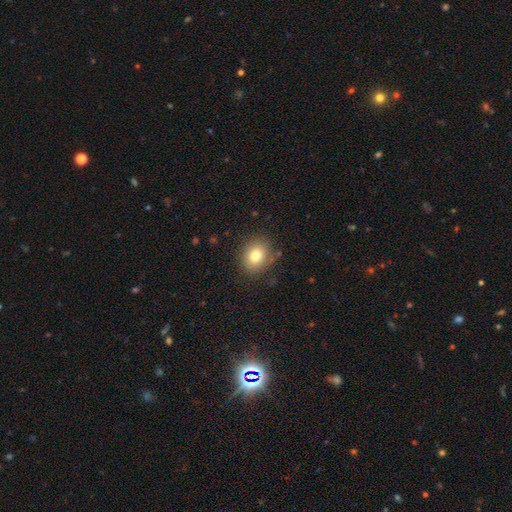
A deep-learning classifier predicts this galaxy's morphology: type=smooth (79%); roundness=round (55%); merging=none (84%).